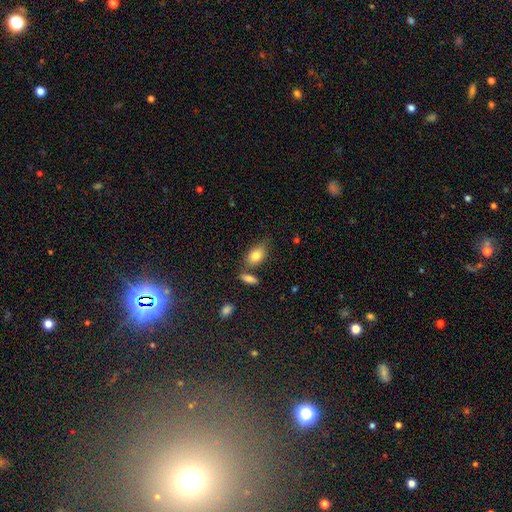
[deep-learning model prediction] smooth_or_featured: smooth (p=0.79) [alt: featured or disk p=0.13]
how_rounded: in between (p=0.87) [alt: round p=0.09]
merging: none (p=0.60) [alt: minor disturbance p=0.19]